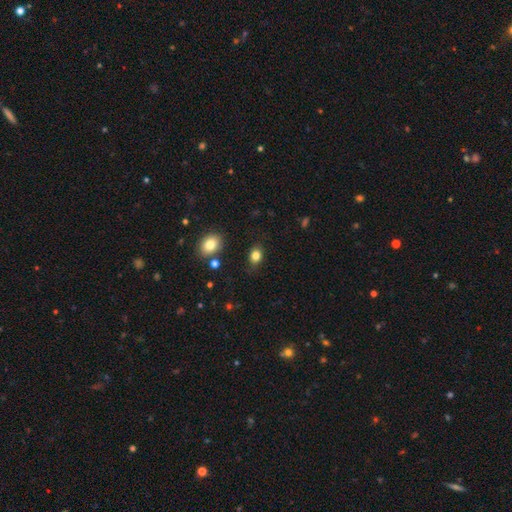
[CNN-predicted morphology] A smooth galaxy with no disk features (83%) that is in between round and cigar-shaped (64%). Merging: none (81%).